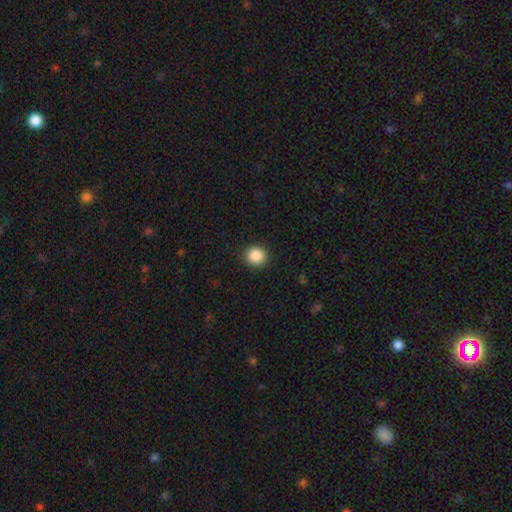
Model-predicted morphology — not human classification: Smooth or featured? Predicted: smooth (p=0.88). How rounded? Predicted: round (p=0.90). Merging? Predicted: none (p=0.91).